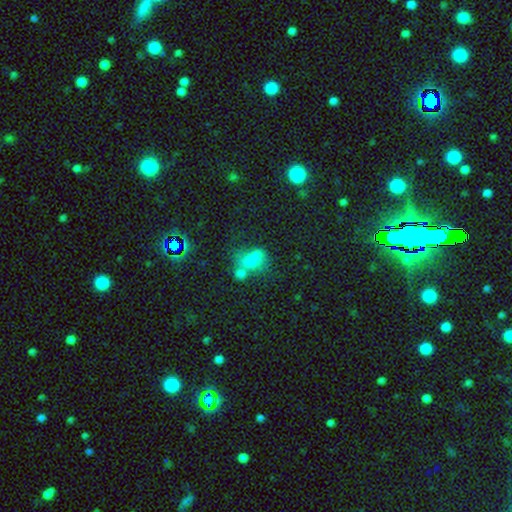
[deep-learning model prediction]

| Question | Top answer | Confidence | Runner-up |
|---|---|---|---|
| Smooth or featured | smooth | 57% | star or artifact (23%) |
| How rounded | in between | 67% | round (30%) |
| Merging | merger | 52% | none (24%) |